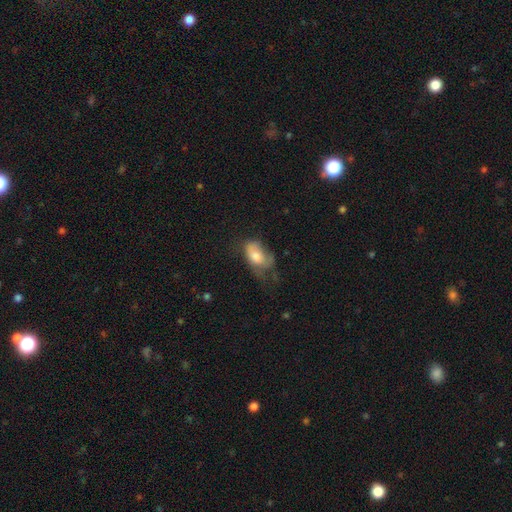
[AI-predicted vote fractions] Smooth or featured?
  - smooth: 66% *
  - featured or disk: 26%
  - star or artifact: 8%
How rounded?
  - in between: 88% *
  - round: 10%
  - cigar-shaped: 2%
Merging?
  - major disturbance: 38% *
  - minor disturbance: 32%
  - none: 27%
  - merger: 3%